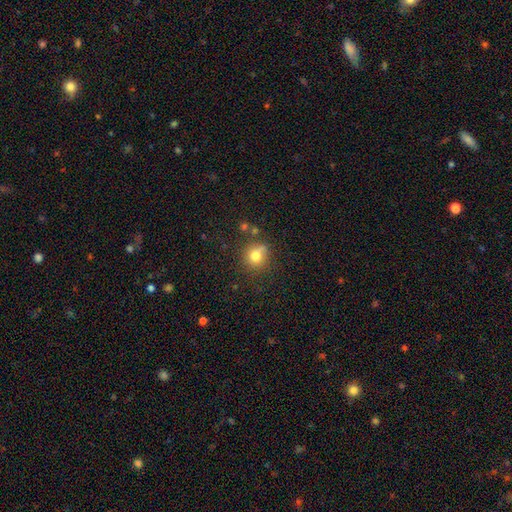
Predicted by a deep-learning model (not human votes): smooth 77%, star or artifact 13%, featured or disk 10%. Down the decision tree: how rounded — round (85%); merging — none (67%).